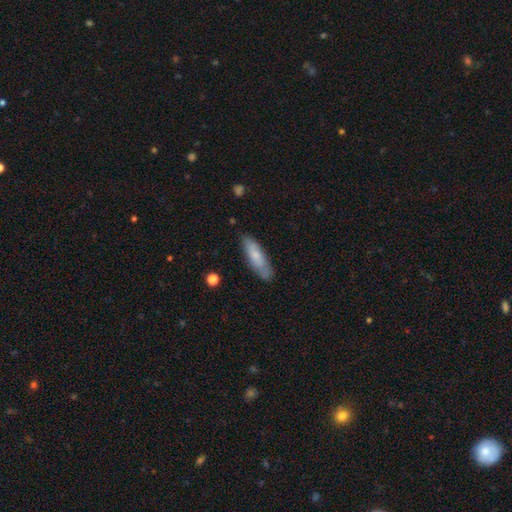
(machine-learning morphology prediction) smooth 69%, featured or disk 24%, star or artifact 6%. Down the decision tree: how rounded — cigar-shaped (57%); merging — none (79%).